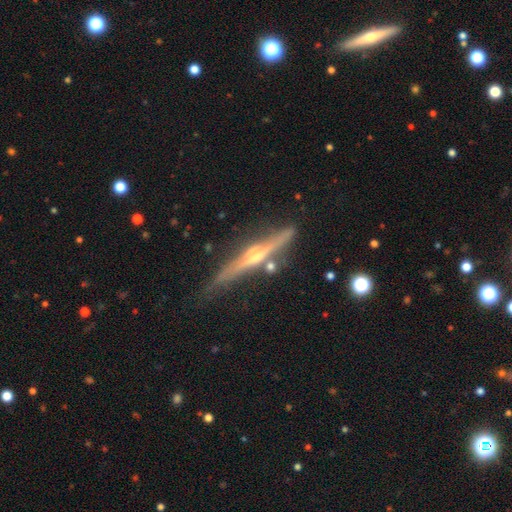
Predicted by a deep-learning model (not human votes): Overall: featured or disk (80%). Edge-on disk: yes (97%). Edge-on bulge: rounded (81%). Merging: none (76%).